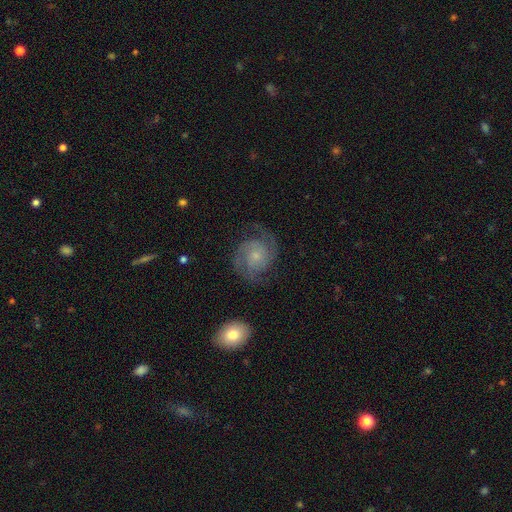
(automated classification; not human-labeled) Smooth or featured?
  - featured or disk: 86% *
  - smooth: 8%
  - star or artifact: 6%
Edge-on disk?
  - no: 98% *
  - yes: 2%
Bar?
  - no: 75% *
  - weak: 21%
  - strong: 4%
Spiral arms?
  - yes: 97% *
  - no: 3%
Spiral winding?
  - medium: 46% *
  - tight: 44%
  - loose: 11%
Spiral arm count?
  - 2: 83% *
  - 3: 6%
  - can't tell: 5%
  - 1: 2%
  - 4: 2%
  - more than 4: 2%
Bulge size?
  - small: 69% *
  - moderate: 22%
  - none: 5%
  - large: 2%
  - dominant: 1%
Merging?
  - none: 77% *
  - minor disturbance: 14%
  - major disturbance: 7%
  - merger: 2%